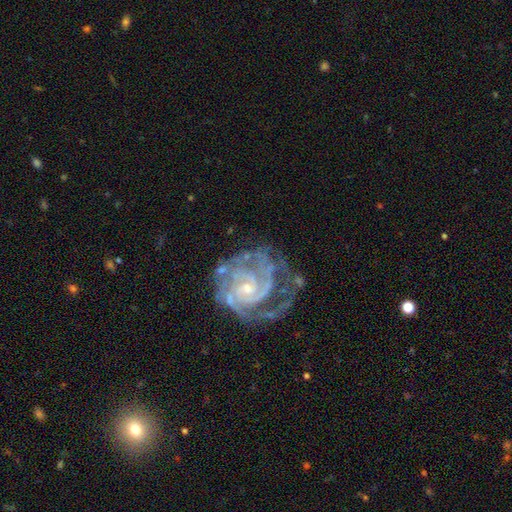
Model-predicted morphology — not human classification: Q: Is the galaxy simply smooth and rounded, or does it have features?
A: featured or disk — 89%.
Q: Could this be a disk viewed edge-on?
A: no — 98%.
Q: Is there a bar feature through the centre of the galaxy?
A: no — 61%.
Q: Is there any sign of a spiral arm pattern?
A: yes — 97%.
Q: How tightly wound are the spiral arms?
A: tight — 68%.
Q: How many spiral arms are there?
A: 2 — 30%.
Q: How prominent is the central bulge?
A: small — 74%.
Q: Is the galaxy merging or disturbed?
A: none — 60%.